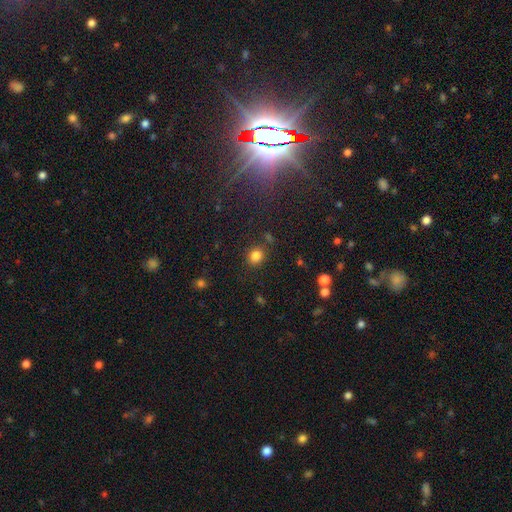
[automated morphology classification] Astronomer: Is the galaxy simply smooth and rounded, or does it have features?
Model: smooth — 82%.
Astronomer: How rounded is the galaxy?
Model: round — 77%.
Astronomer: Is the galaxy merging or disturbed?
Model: none — 82%.